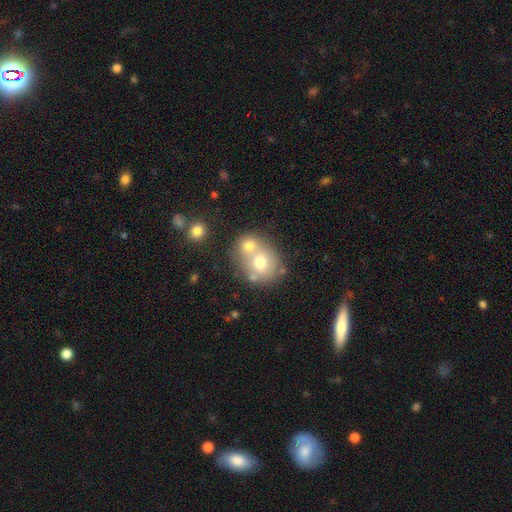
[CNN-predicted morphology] Smooth or featured? smooth (60%)
How rounded? round (71%)
Merging? merger (54%)